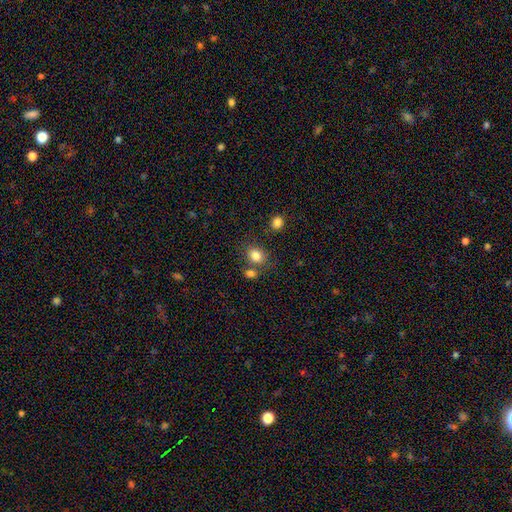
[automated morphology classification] Smooth or featured: smooth — 83% (star or artifact — 11%)
How rounded: round — 51% (in between — 48%)
Merging: none — 64% (merger — 20%)